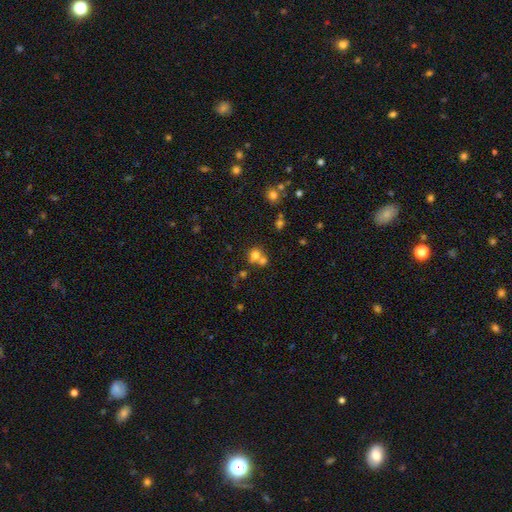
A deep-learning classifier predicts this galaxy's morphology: A smooth galaxy with no disk features (71%) that is round (77%).

Vote fractions:
- Smooth or featured? smooth: 71% / star or artifact: 15% / featured or disk: 14%
- How rounded? round: 77% / in between: 22% / cigar-shaped: 1%
- Merging? merger: 49% / none: 39% / minor disturbance: 7% / major disturbance: 4%